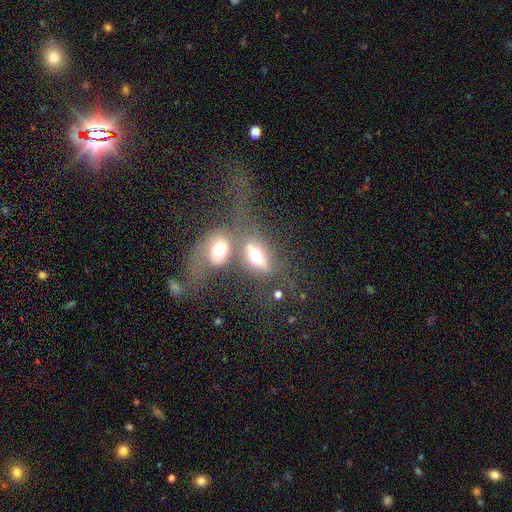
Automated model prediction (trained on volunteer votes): A smooth galaxy with no disk features (48%). Merging: merger (56%).